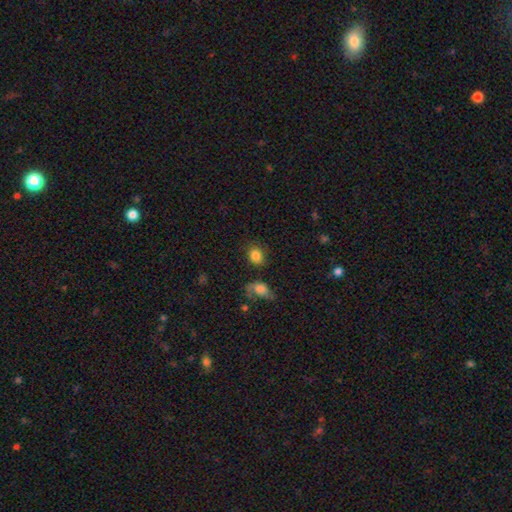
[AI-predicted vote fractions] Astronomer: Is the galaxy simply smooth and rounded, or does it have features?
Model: smooth — 83%.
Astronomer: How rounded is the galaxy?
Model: round — 57% (runner-up: in between, 42%).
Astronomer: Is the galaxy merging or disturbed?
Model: none — 69%.